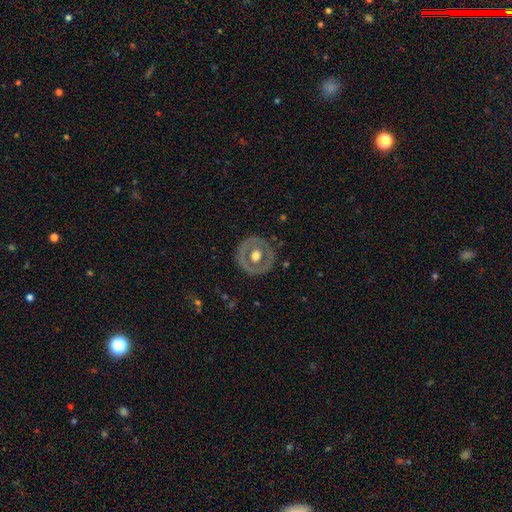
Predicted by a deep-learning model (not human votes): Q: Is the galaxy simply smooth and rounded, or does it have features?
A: featured or disk — 53%.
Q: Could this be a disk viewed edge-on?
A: no — 94%.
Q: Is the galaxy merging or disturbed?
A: none — 83%.